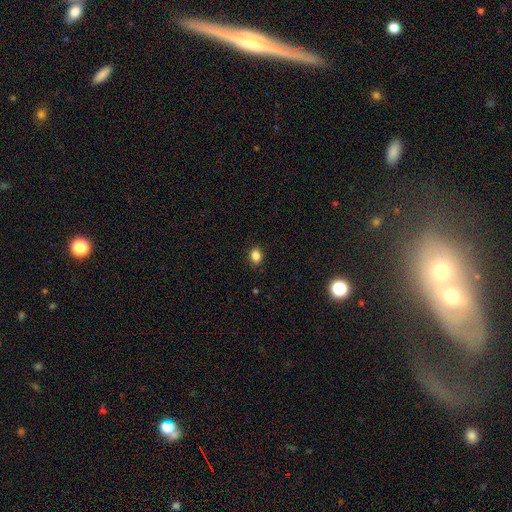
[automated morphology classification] smooth-or-featured: smooth: 85% | star or artifact: 11% | featured or disk: 4%
  how-rounded: in between: 51% | round: 48% | cigar-shaped: 1%
  merging: none: 89% | minor disturbance: 8% | major disturbance: 2% | merger: 1%